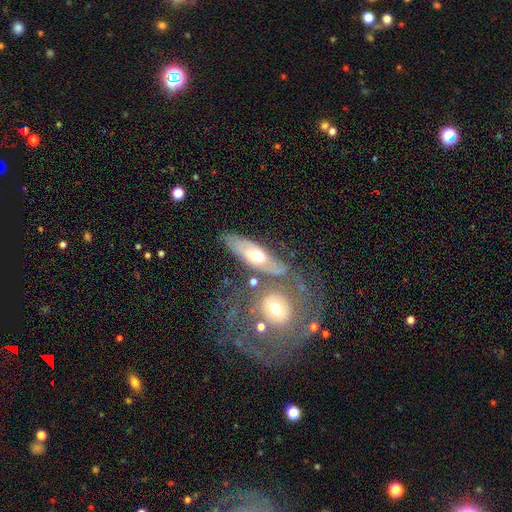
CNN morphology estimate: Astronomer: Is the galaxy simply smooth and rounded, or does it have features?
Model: featured or disk — 56% (runner-up: smooth, 37%).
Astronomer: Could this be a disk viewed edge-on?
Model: no — 68%.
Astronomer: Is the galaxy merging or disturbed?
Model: none — 59%.